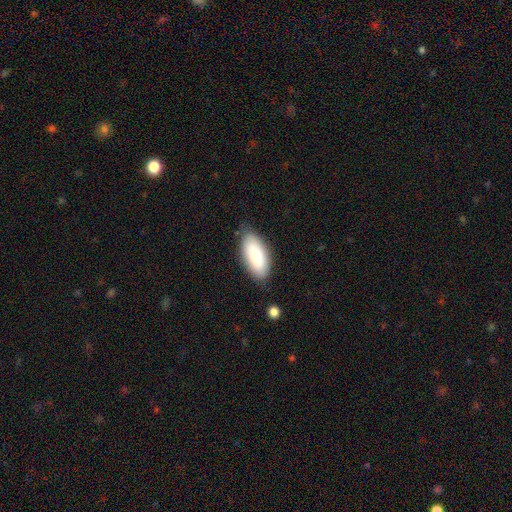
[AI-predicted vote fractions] smooth-or-featured: smooth: 80% | featured or disk: 14% | star or artifact: 6%
  how-rounded: in between: 89% | cigar-shaped: 9% | round: 2%
  merging: none: 79% | minor disturbance: 16% | major disturbance: 3% | merger: 2%